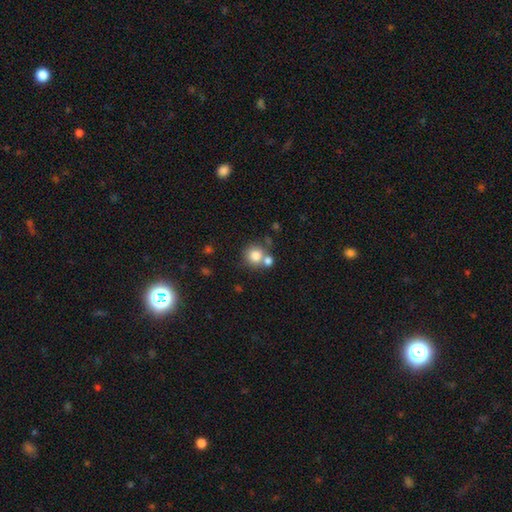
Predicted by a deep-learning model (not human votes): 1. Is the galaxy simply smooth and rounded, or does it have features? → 80% smooth, 11% star or artifact, 9% featured or disk.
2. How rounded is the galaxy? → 90% round, 9% in between, 1% cigar-shaped.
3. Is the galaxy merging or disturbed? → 58% none, 30% merger, 8% minor disturbance, 3% major disturbance.